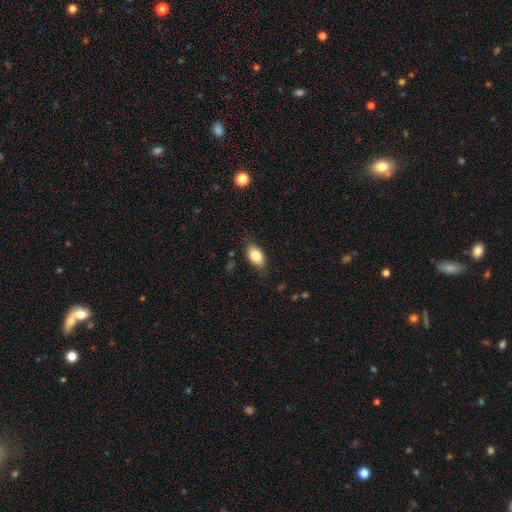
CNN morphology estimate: Smooth or featured?
  - smooth: 82% *
  - featured or disk: 11%
  - star or artifact: 7%
How rounded?
  - in between: 89% *
  - round: 9%
  - cigar-shaped: 2%
Merging?
  - none: 79% *
  - minor disturbance: 17%
  - major disturbance: 4%
  - merger: 1%